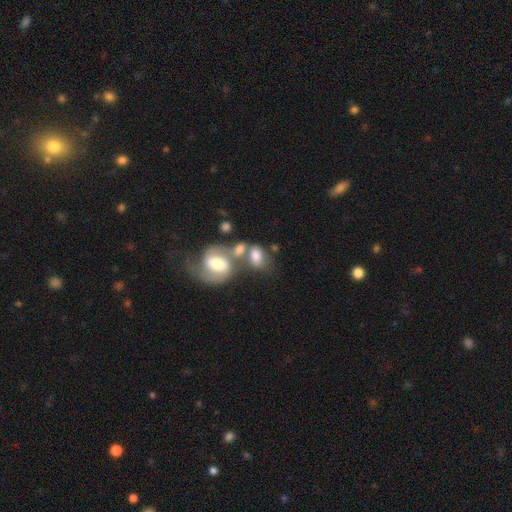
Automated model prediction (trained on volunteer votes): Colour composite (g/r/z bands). It shows a smooth galaxy with no disk features (59%) that is in between round and cigar-shaped (80%). Merging: merger (50%).